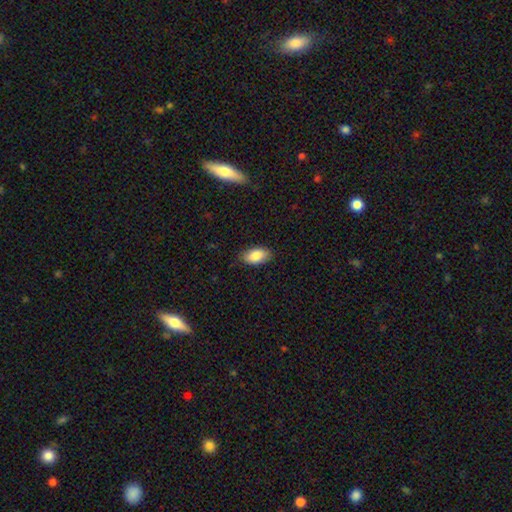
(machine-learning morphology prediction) The model was most divided on "merging": none: 85%, minor disturbance: 12%, major disturbance: 2%, merger: 1%. More confident: how rounded — in between (93%); smooth or featured — smooth (86%).